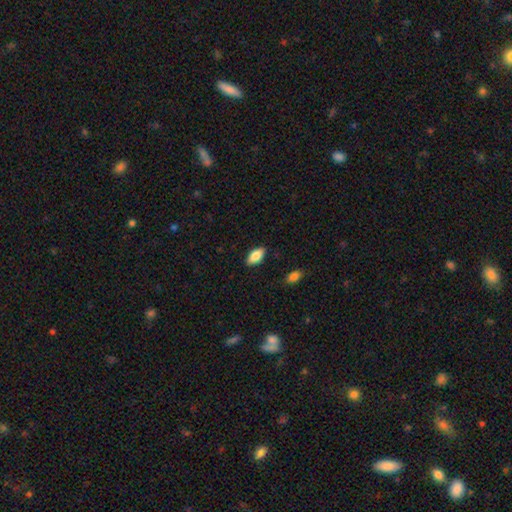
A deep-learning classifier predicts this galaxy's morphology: Q: Smooth or featured?
A: smooth (82%); runner-up: featured or disk (11%)
Q: How rounded?
A: in between (92%); runner-up: cigar-shaped (6%)
Q: Merging?
A: none (88%); runner-up: minor disturbance (9%)